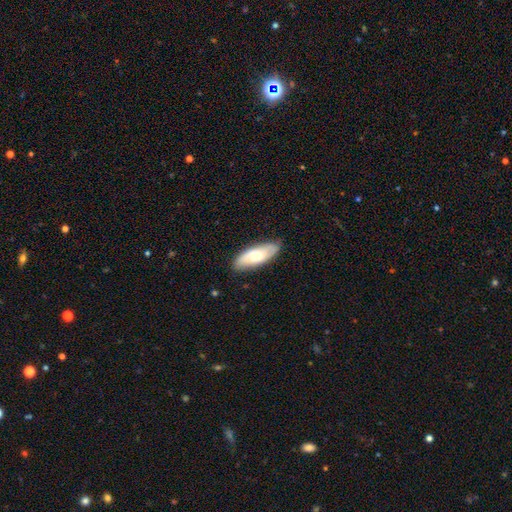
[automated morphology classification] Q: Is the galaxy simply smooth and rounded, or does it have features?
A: smooth — 61%.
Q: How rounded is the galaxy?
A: in between — 72%.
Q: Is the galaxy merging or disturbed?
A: none — 80%.